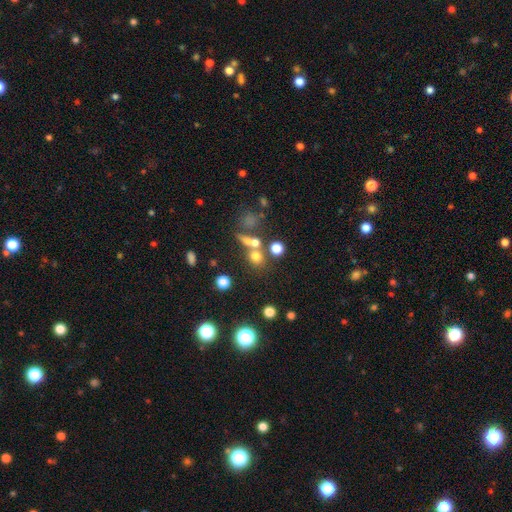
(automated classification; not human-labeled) Overall: smooth (61%; star or artifact 25%). How rounded: round (81%). Merging: none (59%; merger 27%).